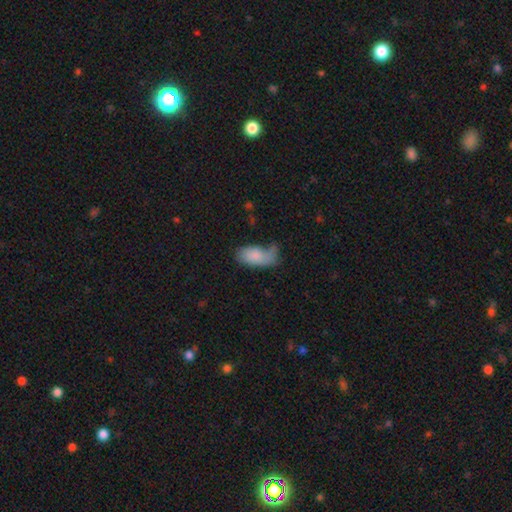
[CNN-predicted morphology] Smooth or featured: smooth — 78% (featured or disk — 15%)
How rounded: in between — 93% (cigar-shaped — 5%)
Merging: none — 36% (minor disturbance — 30%)